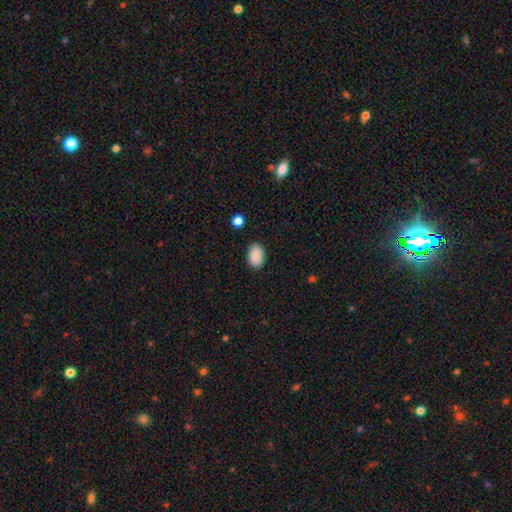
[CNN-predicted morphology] A smooth galaxy with no disk features (89%) that is in between round and cigar-shaped (89%). Merging: none (88%).